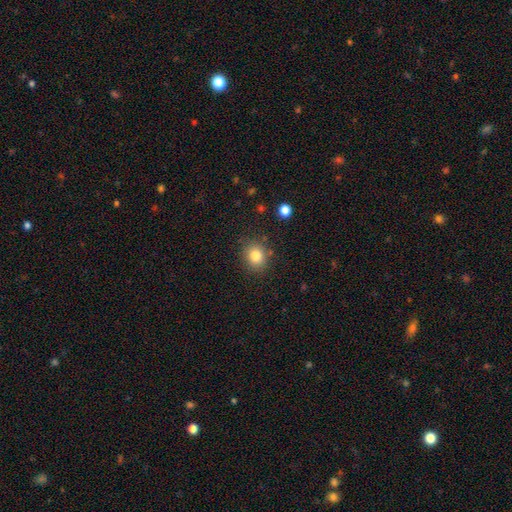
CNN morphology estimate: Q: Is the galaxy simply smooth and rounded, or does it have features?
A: smooth — 82%.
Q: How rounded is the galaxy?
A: round — 71%.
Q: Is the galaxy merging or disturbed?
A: none — 84%.